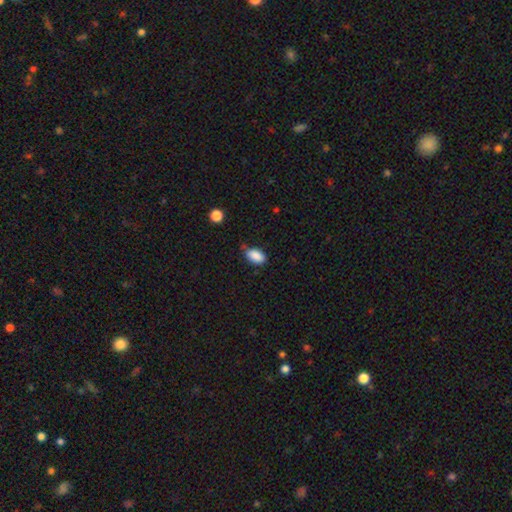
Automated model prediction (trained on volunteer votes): Q: Smooth or featured?
A: smooth (88%); runner-up: star or artifact (8%)
Q: How rounded?
A: in between (93%); runner-up: round (5%)
Q: Merging?
A: none (69%); runner-up: minor disturbance (24%)